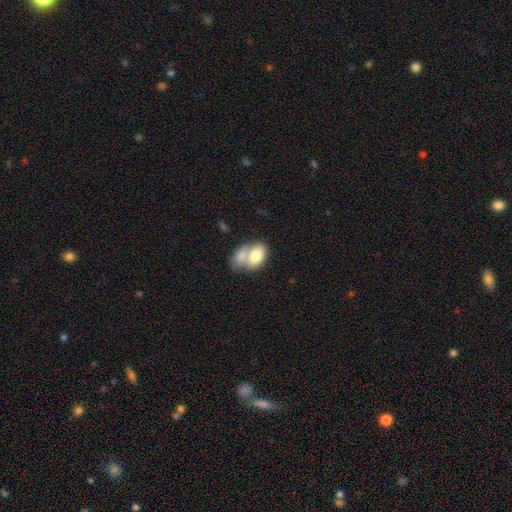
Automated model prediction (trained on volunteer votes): The model was most divided on "merging": merger: 65%, none: 20%, minor disturbance: 10%, major disturbance: 6%. More confident: how rounded — in between (81%); smooth or featured — smooth (74%).